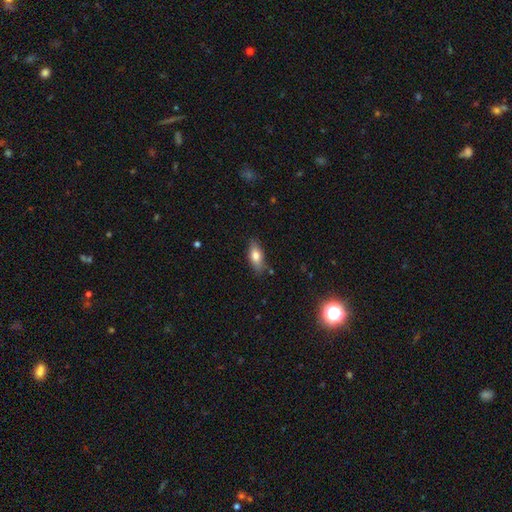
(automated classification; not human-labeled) Smooth or featured?
  - smooth: 74% *
  - featured or disk: 19%
  - star or artifact: 7%
How rounded?
  - in between: 77% *
  - cigar-shaped: 20%
  - round: 3%
Merging?
  - none: 82% *
  - minor disturbance: 13%
  - major disturbance: 2%
  - merger: 2%